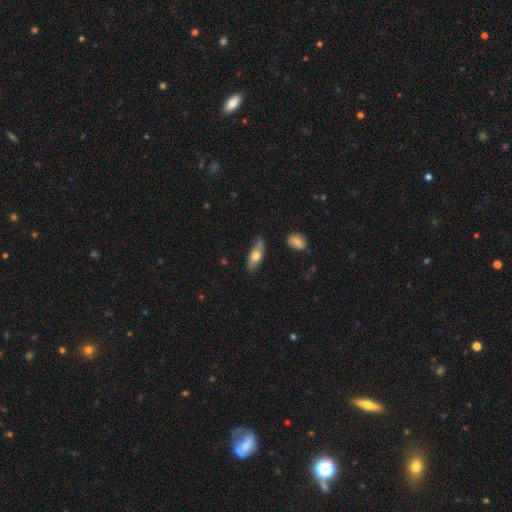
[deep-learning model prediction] smooth-or-featured: smooth: 61% | featured or disk: 33% | star or artifact: 6%
  how-rounded: in between: 68% | cigar-shaped: 29% | round: 4%
  merging: none: 72% | minor disturbance: 22% | major disturbance: 4% | merger: 3%